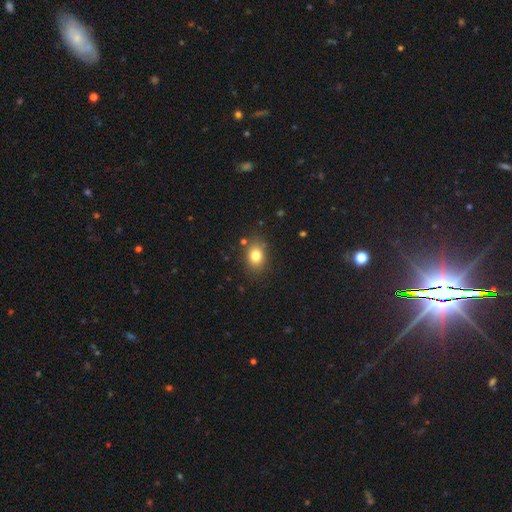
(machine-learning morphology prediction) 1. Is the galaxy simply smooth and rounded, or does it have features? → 80% smooth, 11% star or artifact, 9% featured or disk.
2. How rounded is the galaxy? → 59% in between, 39% round, 1% cigar-shaped.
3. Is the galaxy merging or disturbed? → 82% none, 12% minor disturbance, 3% major disturbance, 3% merger.